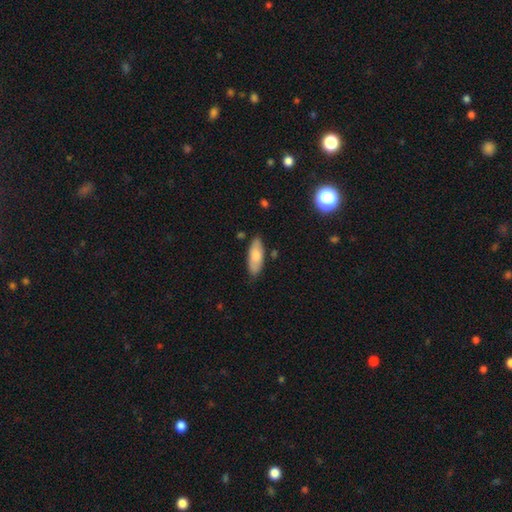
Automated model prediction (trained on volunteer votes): The model was most divided on "how rounded": in between: 76%, cigar-shaped: 22%, round: 2%. More confident: merging — none (80%); smooth or featured — smooth (77%).